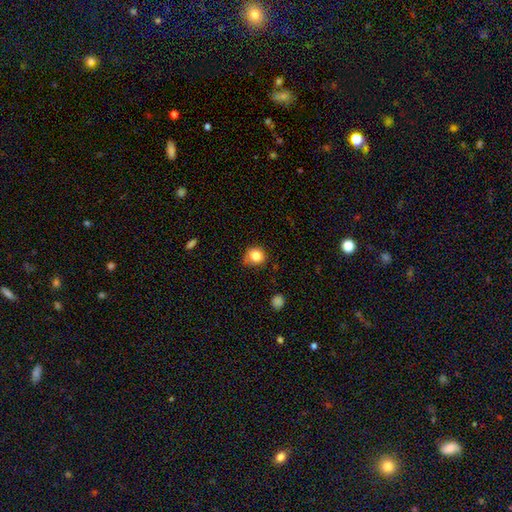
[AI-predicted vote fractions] Q: Smooth or featured?
A: smooth (82%); runner-up: star or artifact (10%)
Q: How rounded?
A: round (84%); runner-up: in between (15%)
Q: Merging?
A: none (68%); runner-up: minor disturbance (25%)